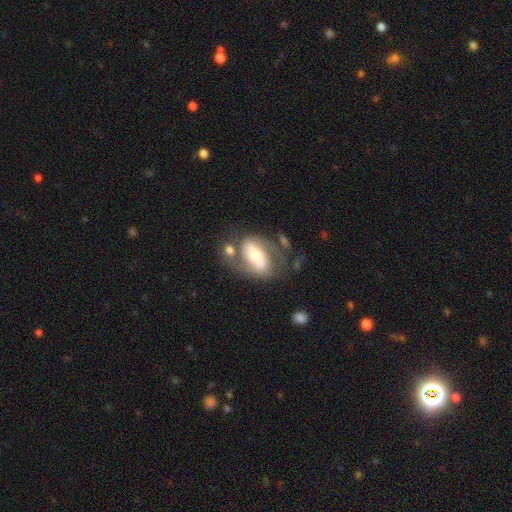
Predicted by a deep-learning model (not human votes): This appears to be a featured or disk galaxy (63%) with a strong bar (50%), spiral arms (65%) and a moderate central bulge (58%). Merging: none (50%).